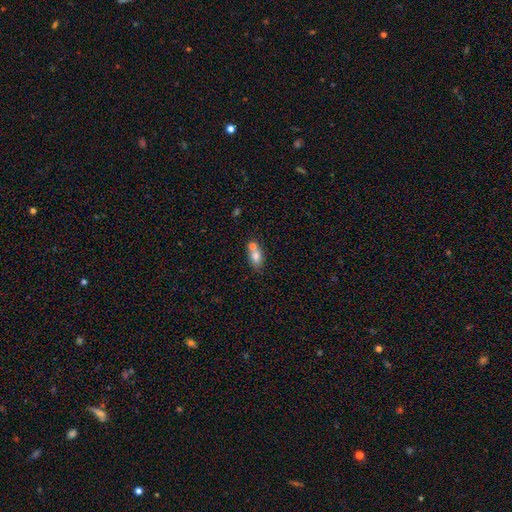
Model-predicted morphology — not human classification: The model was most divided on "merging": merger: 48%, none: 38%, minor disturbance: 10%, major disturbance: 4%. More confident: how rounded — in between (77%); smooth or featured — smooth (74%).